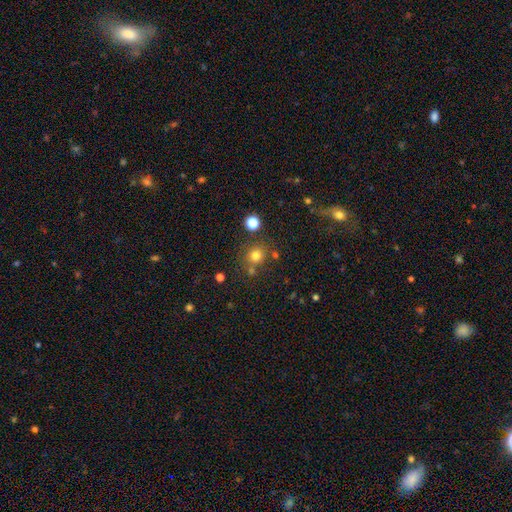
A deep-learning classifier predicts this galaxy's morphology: Smooth or featured? Predicted: smooth (p=0.76). How rounded? Predicted: round (p=0.87). Merging? Predicted: none (p=0.74).